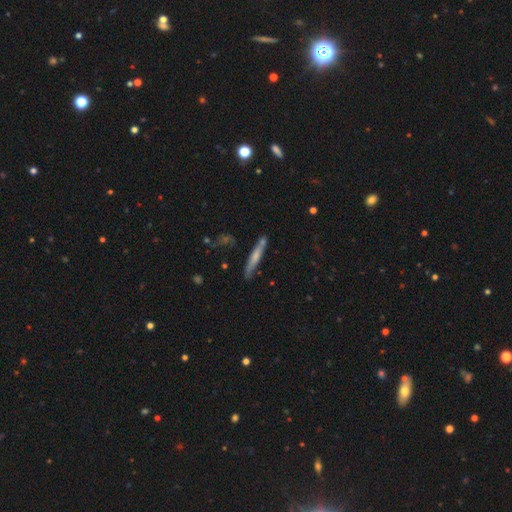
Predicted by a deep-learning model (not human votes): Overall: smooth (49%; featured or disk 44%). Merging: none (74%).